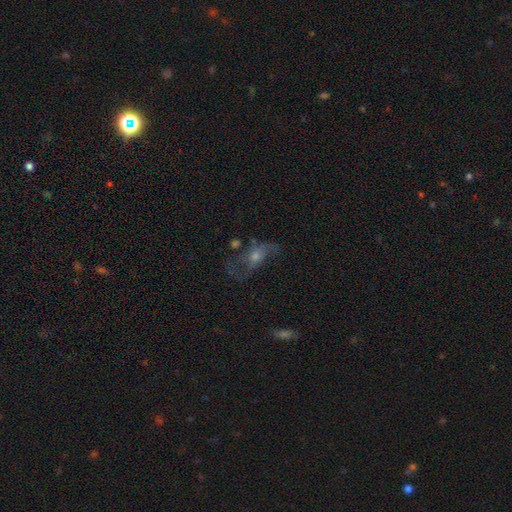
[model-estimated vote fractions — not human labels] smooth_or_featured: featured or disk (p=0.61) [alt: smooth p=0.24]
disk_edge_on: no (p=0.91) [alt: yes p=0.09]
bar: no (p=0.72) [alt: weak p=0.22]
has_spiral_arms: yes (p=0.68) [alt: no p=0.32]
bulge_size: moderate (p=0.44) [tied with: small p=0.44]
merging: none (p=0.43) [alt: major disturbance p=0.32]